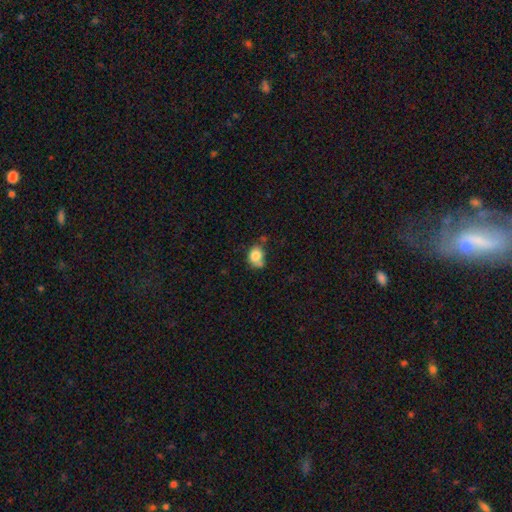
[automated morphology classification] smooth 81%, featured or disk 9%, star or artifact 9%. Down the decision tree: how rounded — in between (54%); merging — none (47%).